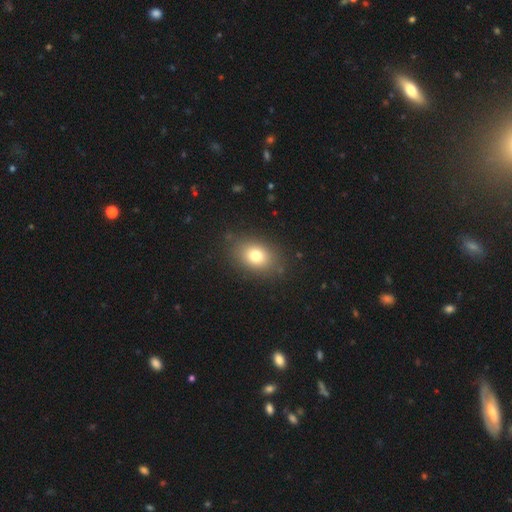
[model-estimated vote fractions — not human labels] Smooth or featured? smooth (77%)
How rounded? in between (72%)
Merging? none (84%)